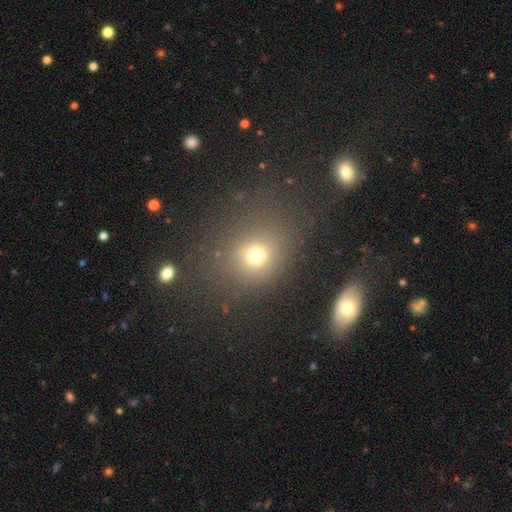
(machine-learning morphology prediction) This appears to be a smooth galaxy with no disk features (71%) that is round (71%). Merging: none (71%).